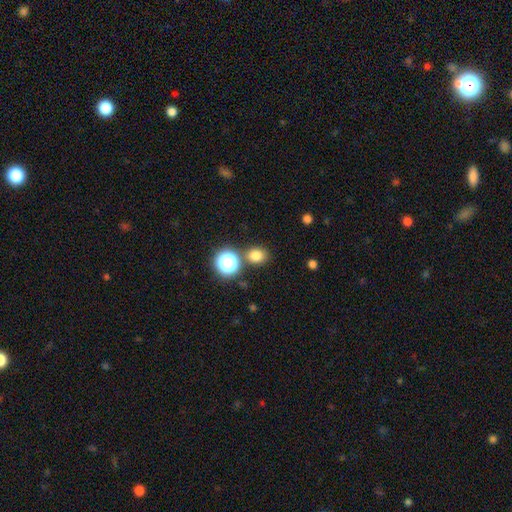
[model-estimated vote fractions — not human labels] A smooth galaxy with no disk features (76%) that is round (68%).

Vote fractions:
- Smooth or featured? smooth: 76% / star or artifact: 17% / featured or disk: 6%
- How rounded? round: 68% / in between: 31% / cigar-shaped: 1%
- Merging? none: 77% / minor disturbance: 10% / merger: 10% / major disturbance: 3%